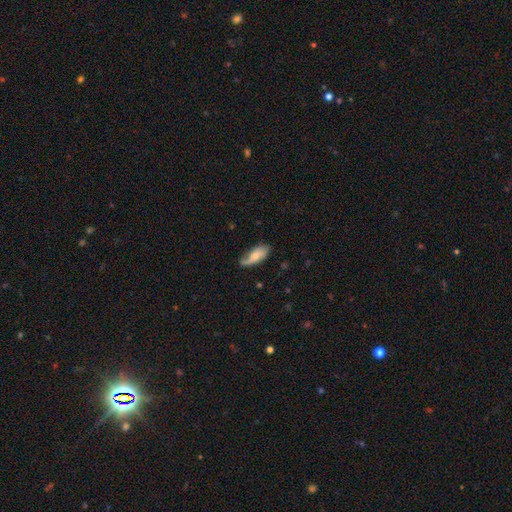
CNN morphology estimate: The model was most divided on "merging": none: 48%, minor disturbance: 34%, major disturbance: 15%, merger: 4%. More confident: how rounded — in between (83%); smooth or featured — smooth (57%).